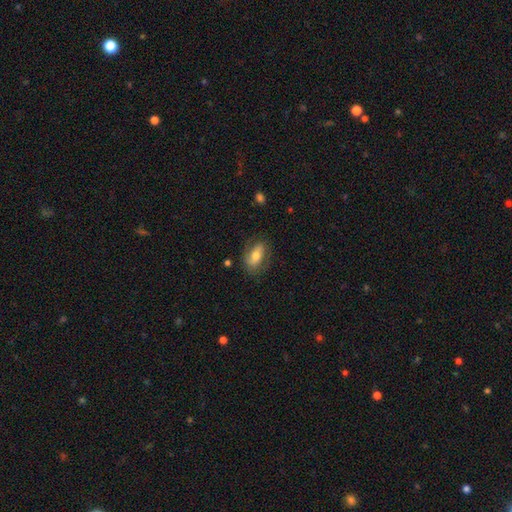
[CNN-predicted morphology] A smooth galaxy with no disk features (54%) that is in between round and cigar-shaped (86%).

Vote fractions:
- Smooth or featured? smooth: 54% / featured or disk: 39% / star or artifact: 7%
- How rounded? in between: 86% / round: 8% / cigar-shaped: 6%
- Merging? none: 71% / minor disturbance: 19% / major disturbance: 8% / merger: 2%